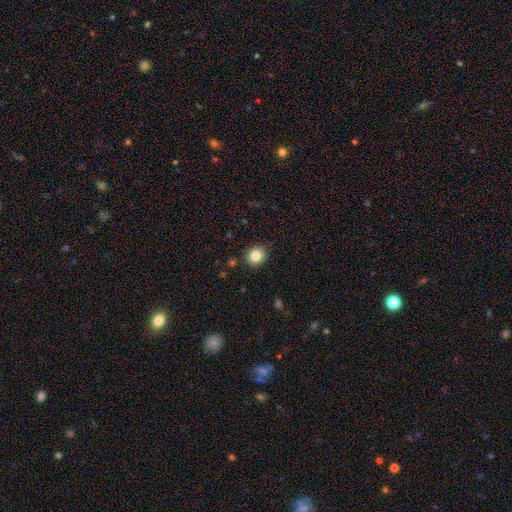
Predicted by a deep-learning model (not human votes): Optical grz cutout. It shows a smooth galaxy with no disk features (82%) that is round (78%). Merging: none (89%).